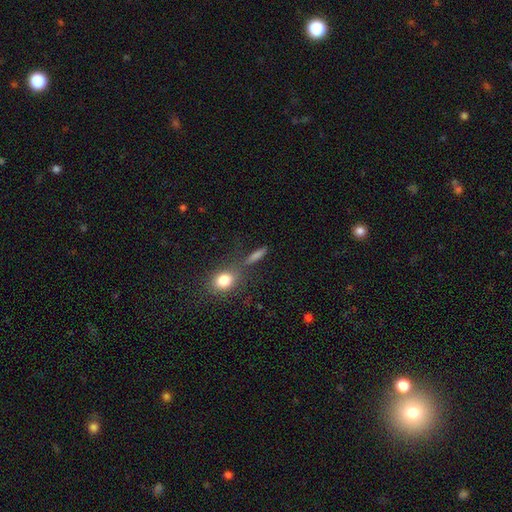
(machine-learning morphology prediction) Smooth or featured? smooth (59%)
How rounded? in between (37%)
Merging? none (67%)